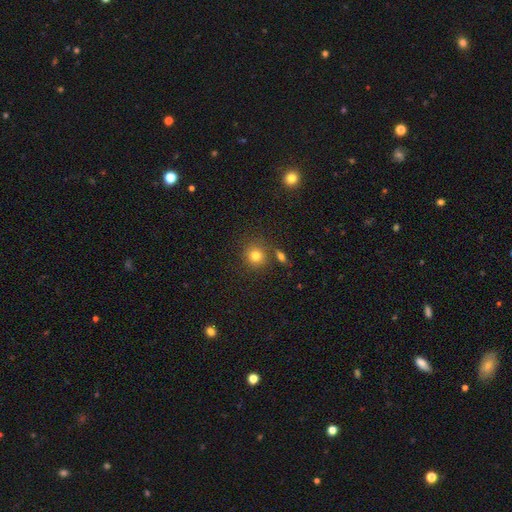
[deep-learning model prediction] This is likely a smooth galaxy (79%). How rounded: clearly round (88%). Merging: likely none (76%).